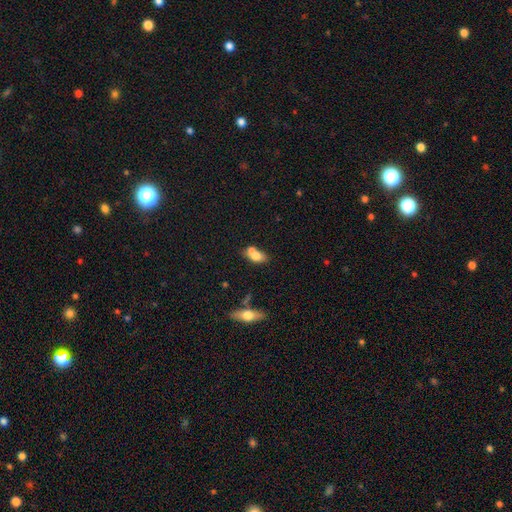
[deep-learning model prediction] This is likely a smooth galaxy (71%). How rounded: likely in between (79%). Merging: possibly merger (52%).